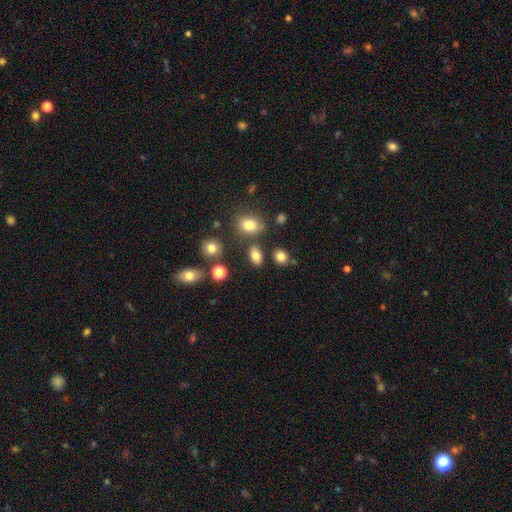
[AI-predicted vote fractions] Smooth or featured: smooth — 80% (star or artifact — 12%)
How rounded: in between — 81% (round — 17%)
Merging: none — 78% (minor disturbance — 11%)